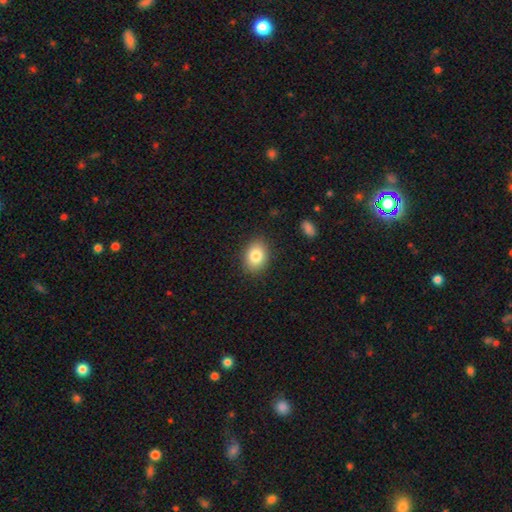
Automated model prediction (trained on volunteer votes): Smooth or featured? smooth (82%)
How rounded? in between (70%)
Merging? none (87%)